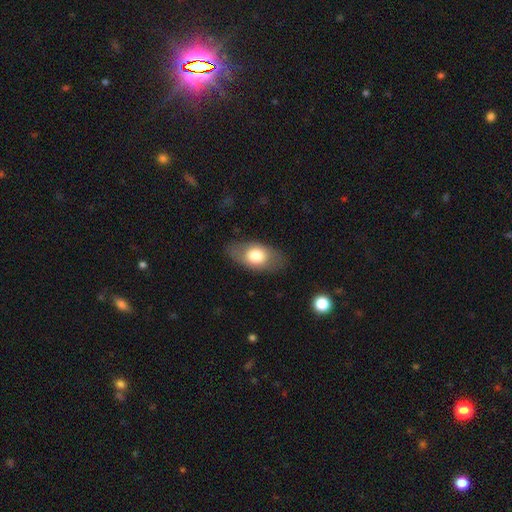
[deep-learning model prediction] Smooth or featured?
  - smooth: 69% *
  - featured or disk: 24%
  - star or artifact: 6%
How rounded?
  - in between: 89% *
  - round: 8%
  - cigar-shaped: 3%
Merging?
  - none: 81% *
  - minor disturbance: 14%
  - major disturbance: 4%
  - merger: 1%